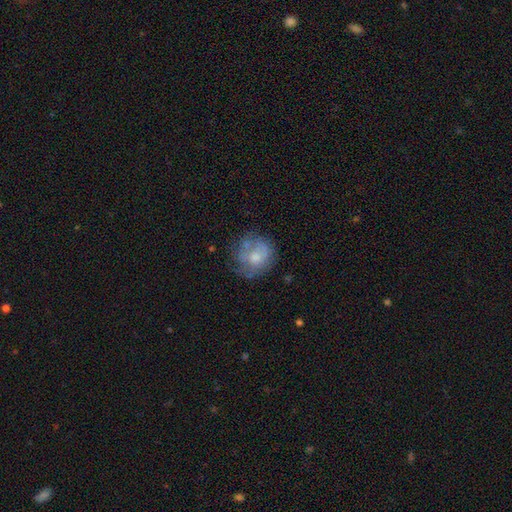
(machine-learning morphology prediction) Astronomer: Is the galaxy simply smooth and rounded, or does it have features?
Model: smooth — 52% (runner-up: featured or disk, 39%).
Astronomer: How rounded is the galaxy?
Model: round — 81%.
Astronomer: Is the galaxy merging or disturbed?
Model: none — 54%.